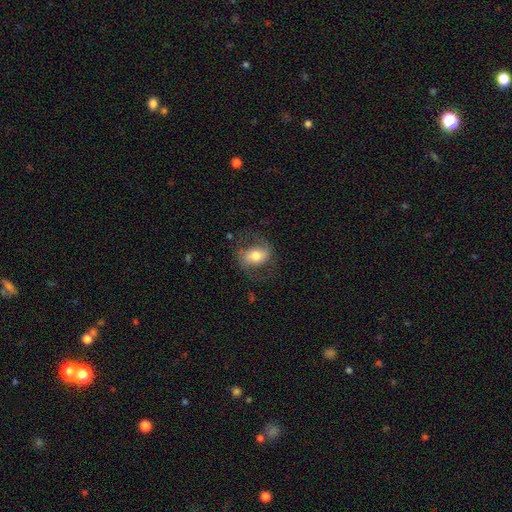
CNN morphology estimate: The model was most divided on "smooth or featured": featured or disk: 52%, smooth: 41%, star or artifact: 7%. More confident: edge-on disk — no (95%); merging — none (66%).